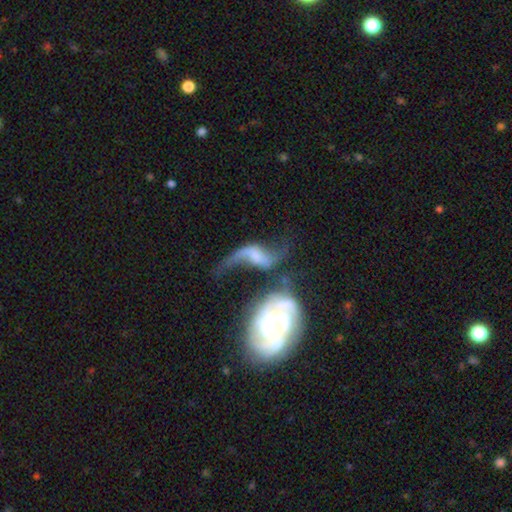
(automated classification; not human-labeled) smooth-or-featured: featured or disk: 76% | smooth: 16% | star or artifact: 7%
  disk-edge-on: no: 94% | yes: 6%
    bar: no: 41% | weak: 40% | strong: 19%
    has-spiral-arms: yes: 87% | no: 13%
      spiral-winding: loose: 85% | medium: 11% | tight: 4%
      spiral-arm-count: 2: 81% | 1: 10% | can't tell: 5% | 3: 2% | 4: 1% | more than 4: 1%
    bulge-size: moderate: 33% | small: 32% | none: 24% | large: 9% | dominant: 3%
  merging: merger: 41% | major disturbance: 26% | none: 21% | minor disturbance: 12%